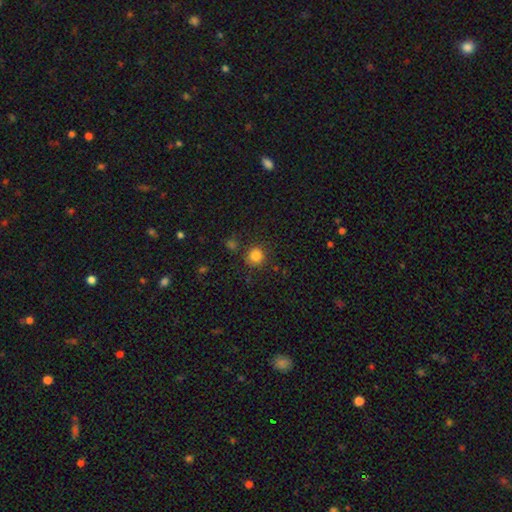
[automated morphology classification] The model was most divided on "smooth or featured": smooth: 83%, star or artifact: 12%, featured or disk: 5%. More confident: how rounded — round (93%); merging — none (85%).